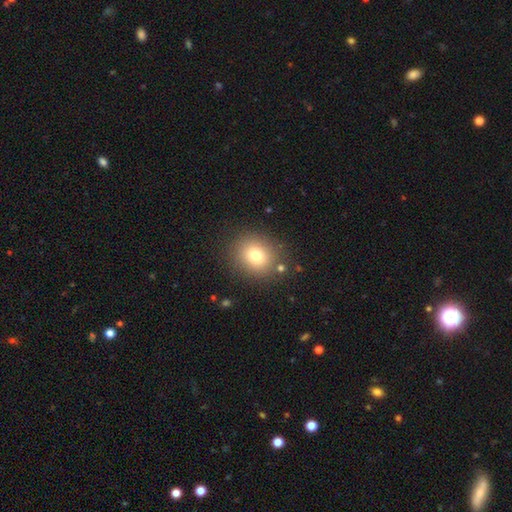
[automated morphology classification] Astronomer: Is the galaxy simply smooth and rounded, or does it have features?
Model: smooth — 76%.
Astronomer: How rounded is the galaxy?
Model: round — 77%.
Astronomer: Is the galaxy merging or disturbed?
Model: none — 85%.